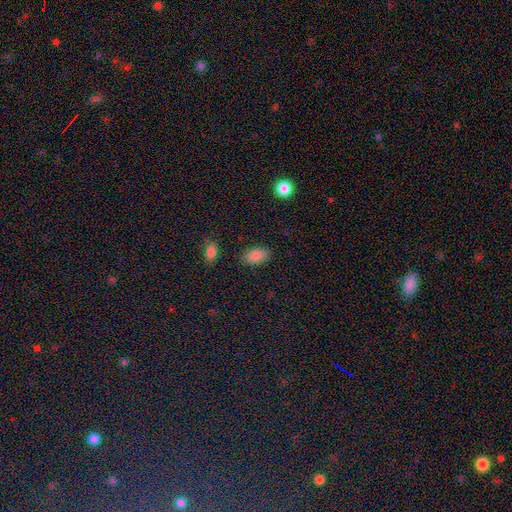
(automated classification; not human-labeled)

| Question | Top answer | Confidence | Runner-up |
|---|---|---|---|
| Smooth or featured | smooth | 86% | star or artifact (9%) |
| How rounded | in between | 91% | round (7%) |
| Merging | none | 85% | minor disturbance (11%) |